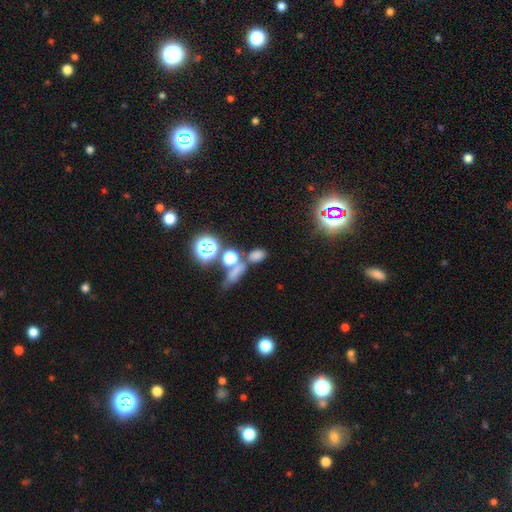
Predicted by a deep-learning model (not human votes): smooth-or-featured: smooth: 61% | star or artifact: 28% | featured or disk: 11%
  how-rounded: in between: 61% | round: 31% | cigar-shaped: 8%
  merging: none: 55% | merger: 27% | minor disturbance: 11% | major disturbance: 7%